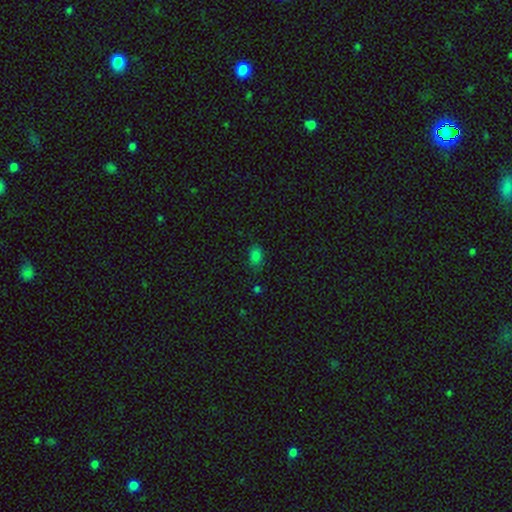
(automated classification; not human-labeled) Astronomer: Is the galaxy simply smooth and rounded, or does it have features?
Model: smooth — 79%.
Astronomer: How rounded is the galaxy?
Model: in between — 79%.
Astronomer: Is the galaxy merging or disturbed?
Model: none — 77%.